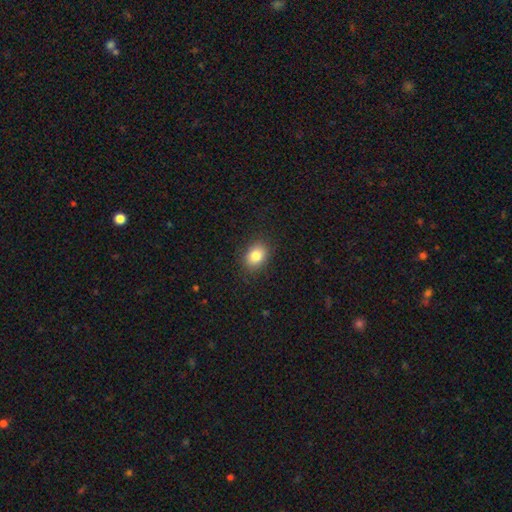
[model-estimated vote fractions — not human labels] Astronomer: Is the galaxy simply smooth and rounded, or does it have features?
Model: smooth — 84%.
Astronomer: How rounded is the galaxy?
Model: in between — 62% (runner-up: round, 37%).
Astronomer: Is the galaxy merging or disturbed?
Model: none — 87%.